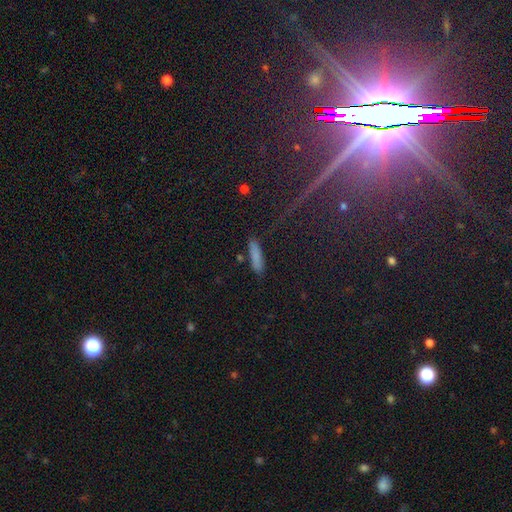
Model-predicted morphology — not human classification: A smooth galaxy with no disk features (82%) that is cigar-shaped (75%). Merging: none (82%).